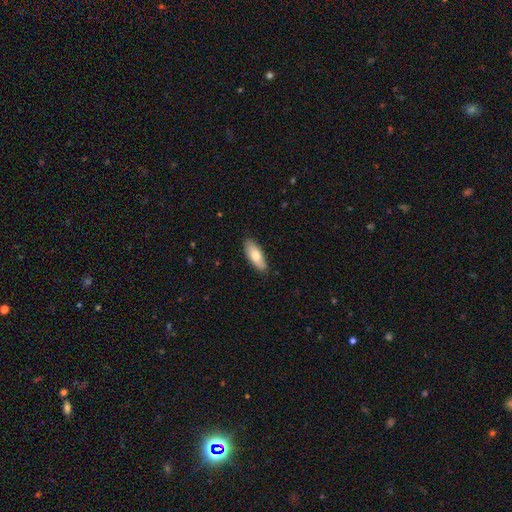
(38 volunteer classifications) Volunteers were most divided on "how rounded": in between: 75%, cigar-shaped: 25%, round: 0%. More confident: smooth or featured — smooth (84%); merging — none (82%).